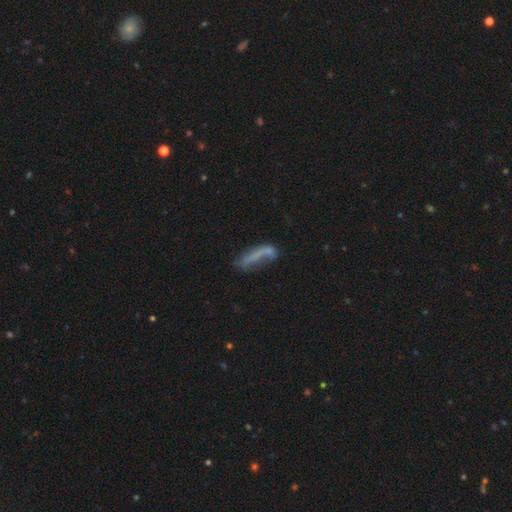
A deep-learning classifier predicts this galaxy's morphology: smooth-or-featured: smooth: 56% | featured or disk: 33% | star or artifact: 11%
  how-rounded: cigar-shaped: 67% | in between: 30% | round: 3%
  merging: none: 36% | major disturbance: 26% | minor disturbance: 23% | merger: 15%